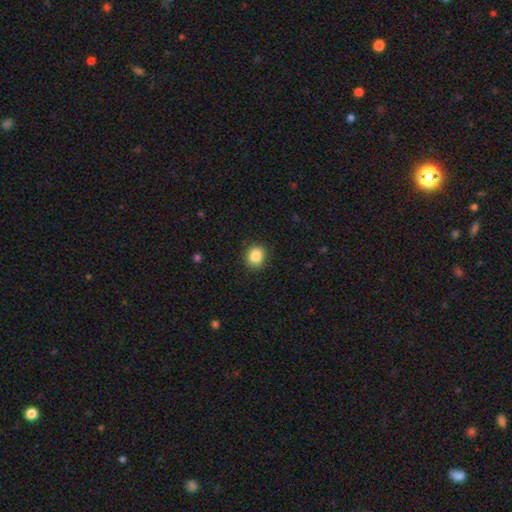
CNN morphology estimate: Q: Smooth or featured?
A: smooth (86%); runner-up: star or artifact (10%)
Q: How rounded?
A: round (80%); runner-up: in between (19%)
Q: Merging?
A: none (90%); runner-up: minor disturbance (7%)